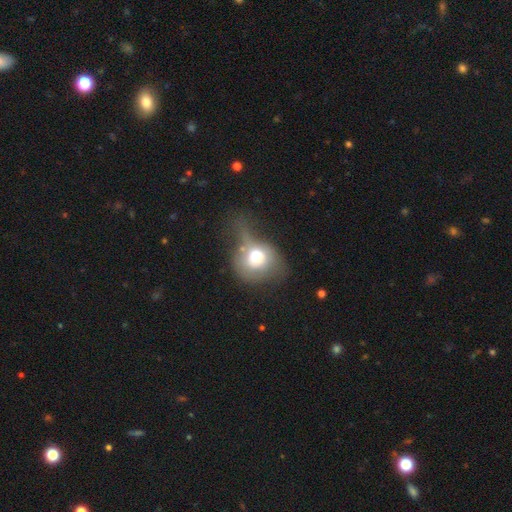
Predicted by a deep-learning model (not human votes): Smooth or featured?
  - smooth: 66% *
  - featured or disk: 25%
  - star or artifact: 9%
How rounded?
  - round: 72% *
  - in between: 26%
  - cigar-shaped: 1%
Merging?
  - major disturbance: 41% *
  - minor disturbance: 28%
  - none: 22%
  - merger: 10%